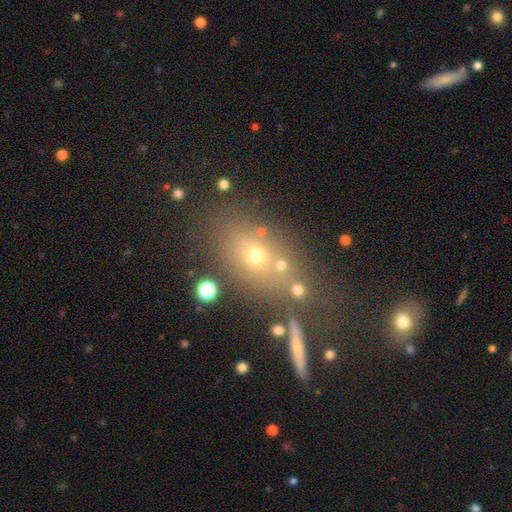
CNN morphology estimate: Overall: smooth (57%; star or artifact 23%). How rounded: in between (64%; round 32%). Merging: none (63%).